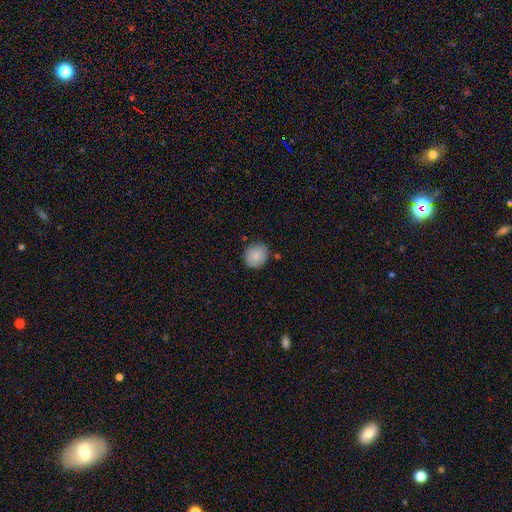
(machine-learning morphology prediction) type=smooth (84%); roundness=round (82%); merging=none (79%).